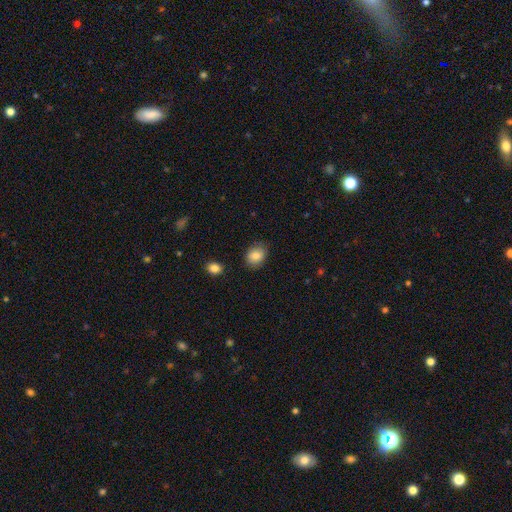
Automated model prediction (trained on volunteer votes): Morphology: type=smooth (85%); roundness=in between (58%); merging=none (81%).